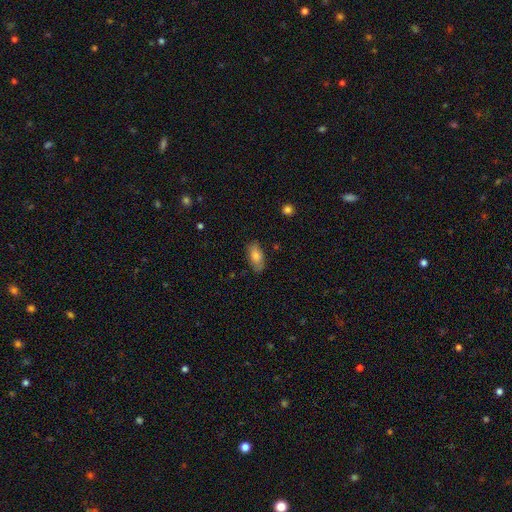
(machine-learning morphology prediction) smooth_or_featured: smooth (p=0.77) [alt: featured or disk p=0.16]
how_rounded: in between (p=0.88) [alt: cigar-shaped p=0.09]
merging: none (p=0.80) [alt: minor disturbance p=0.15]